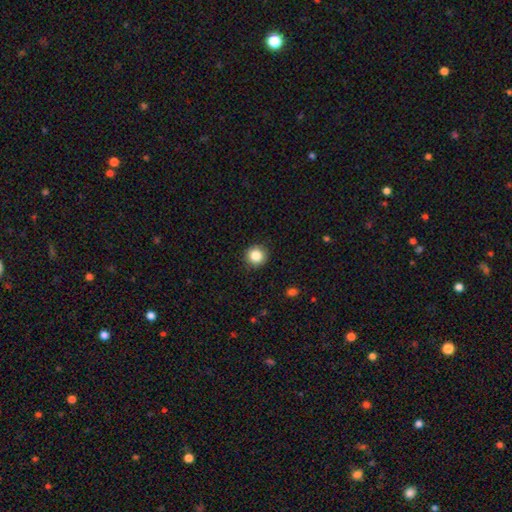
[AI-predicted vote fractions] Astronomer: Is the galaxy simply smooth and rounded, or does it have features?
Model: smooth — 85%.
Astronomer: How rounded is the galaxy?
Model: round — 94%.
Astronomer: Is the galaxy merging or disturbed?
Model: none — 91%.